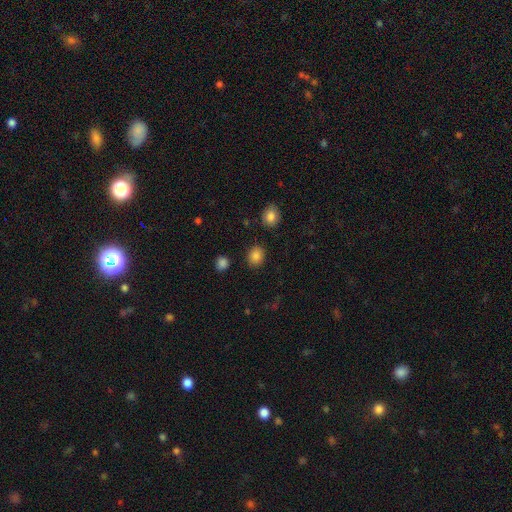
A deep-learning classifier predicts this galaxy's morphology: This is clearly a smooth galaxy (86%). How rounded: likely round (65%). Merging: clearly none (88%).